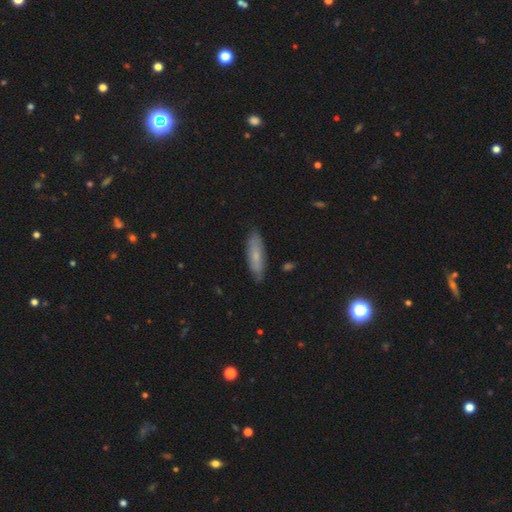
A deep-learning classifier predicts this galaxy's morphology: Smooth or featured? smooth (65%)
How rounded? cigar-shaped (55%)
Merging? none (83%)